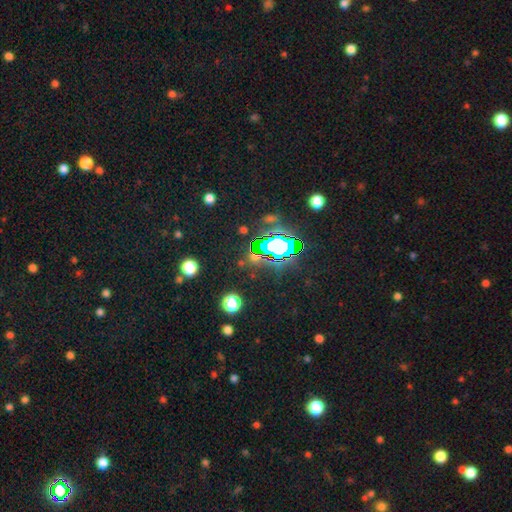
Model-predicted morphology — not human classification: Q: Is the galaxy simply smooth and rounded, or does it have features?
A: star or artifact — 71%.